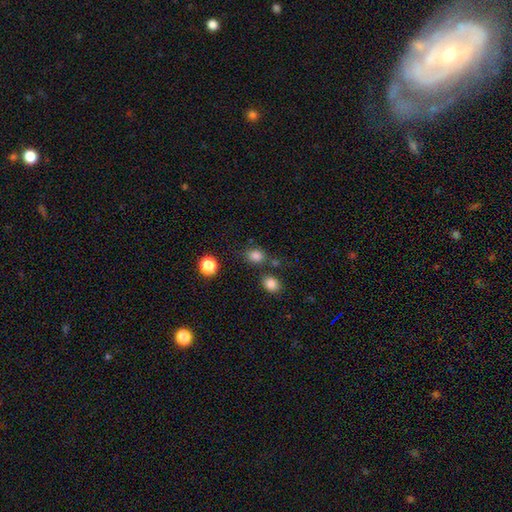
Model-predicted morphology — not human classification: A smooth galaxy with no disk features (82%) that is round (59%).

Vote fractions:
- Smooth or featured? smooth: 82% / star or artifact: 13% / featured or disk: 4%
- How rounded? round: 59% / in between: 40% / cigar-shaped: 1%
- Merging? none: 71% / minor disturbance: 13% / merger: 12% / major disturbance: 5%